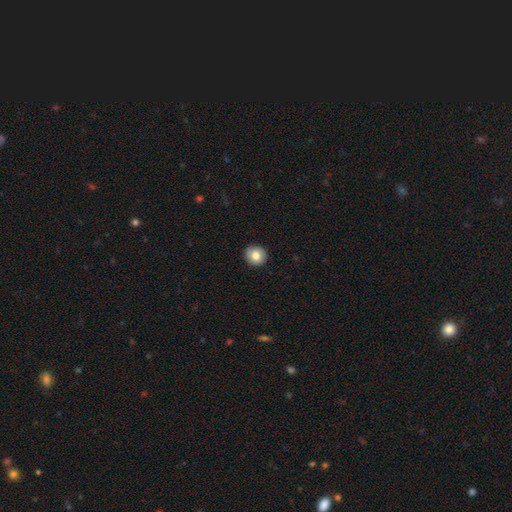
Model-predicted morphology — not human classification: Smooth or featured? smooth (82%)
How rounded? round (87%)
Merging? none (90%)